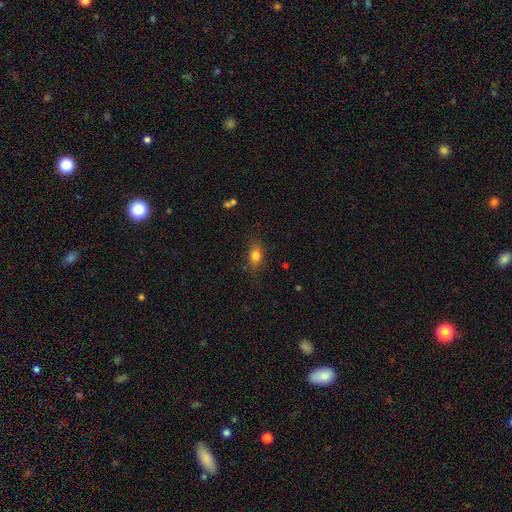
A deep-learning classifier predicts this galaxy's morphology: smooth-or-featured: smooth: 79% | star or artifact: 11% | featured or disk: 10%
  how-rounded: in between: 68% | round: 27% | cigar-shaped: 5%
  merging: none: 78% | minor disturbance: 16% | major disturbance: 4% | merger: 1%